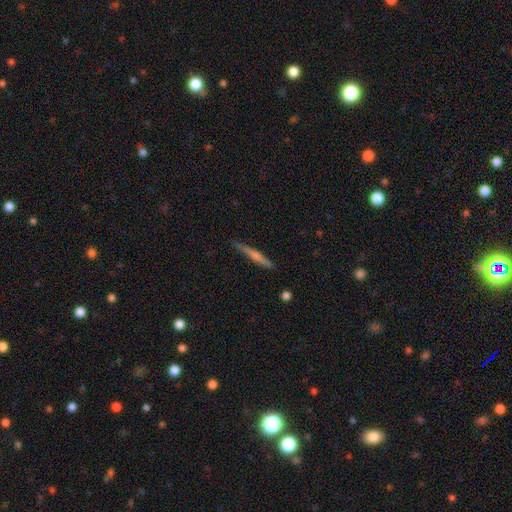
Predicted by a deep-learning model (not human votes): Morphology: type=featured or disk (66%); edge-on=yes (98%); edge-on bulge=rounded (70%); merging=none (90%).